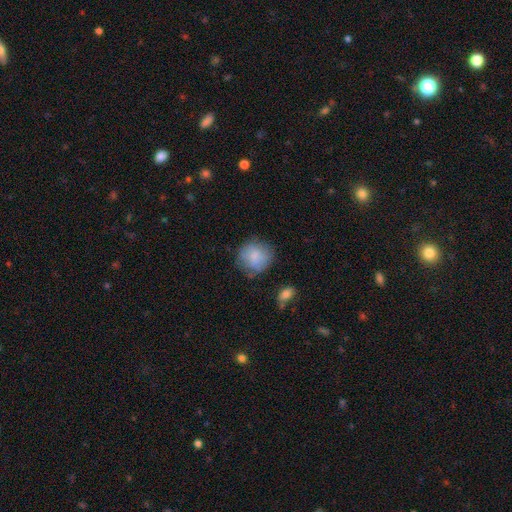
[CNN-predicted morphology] Smooth or featured? smooth (80%)
How rounded? round (85%)
Merging? none (68%)